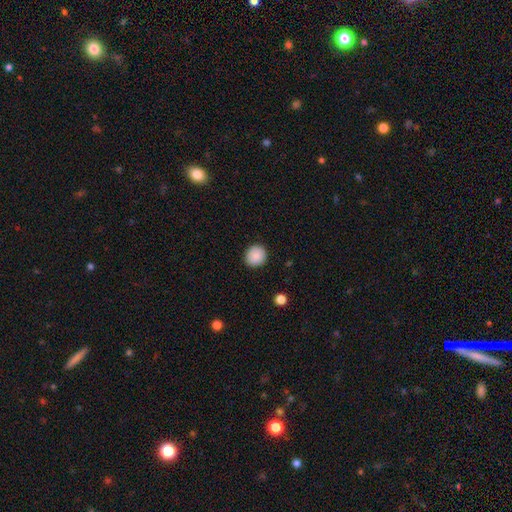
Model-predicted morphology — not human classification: The model was most divided on "how rounded": round: 87%, in between: 12%, cigar-shaped: 1%. More confident: merging — none (90%); smooth or featured — smooth (88%).